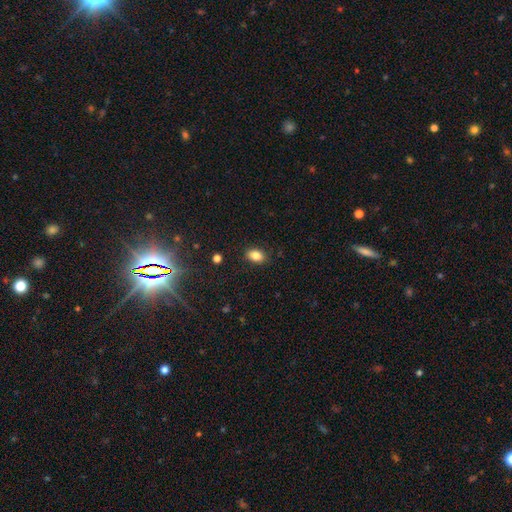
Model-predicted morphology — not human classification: type=smooth (84%); roundness=in between (84%); merging=none (87%).